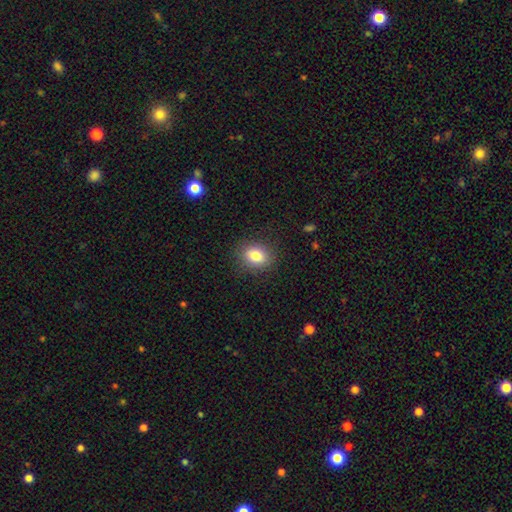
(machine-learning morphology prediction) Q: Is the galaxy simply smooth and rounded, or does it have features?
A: smooth — 82%.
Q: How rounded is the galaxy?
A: in between — 51%.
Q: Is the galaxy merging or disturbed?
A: none — 87%.